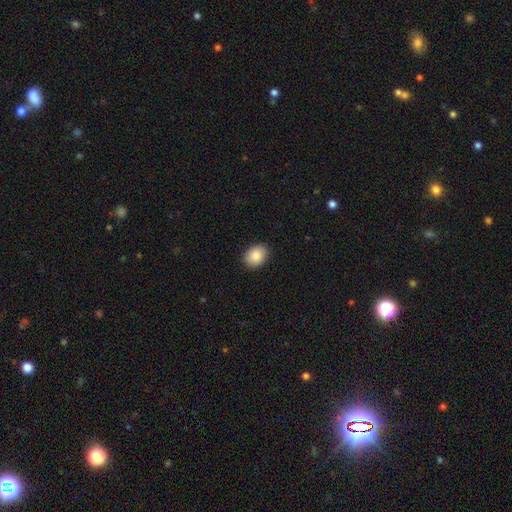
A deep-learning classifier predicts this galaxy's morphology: Q: Smooth or featured?
A: smooth (86%); runner-up: star or artifact (7%)
Q: How rounded?
A: in between (64%); runner-up: round (35%)
Q: Merging?
A: none (88%); runner-up: minor disturbance (9%)